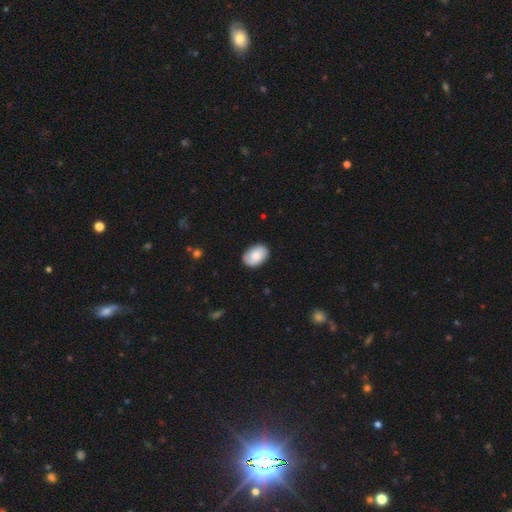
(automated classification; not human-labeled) Morphology: type=smooth (75%); roundness=in between (85%); merging=none (85%).